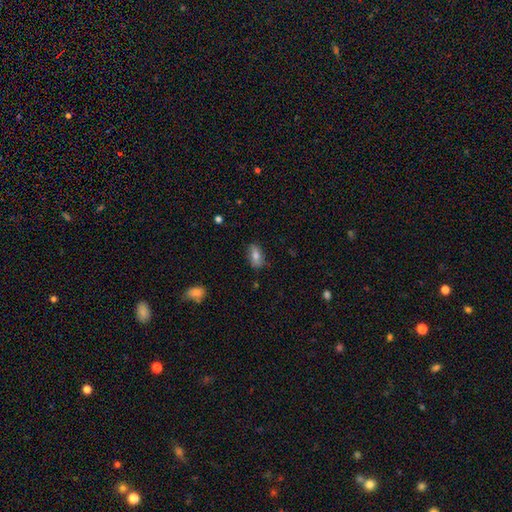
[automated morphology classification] A smooth galaxy with no disk features (76%) that is in between round and cigar-shaped (89%). Merging: none (78%).